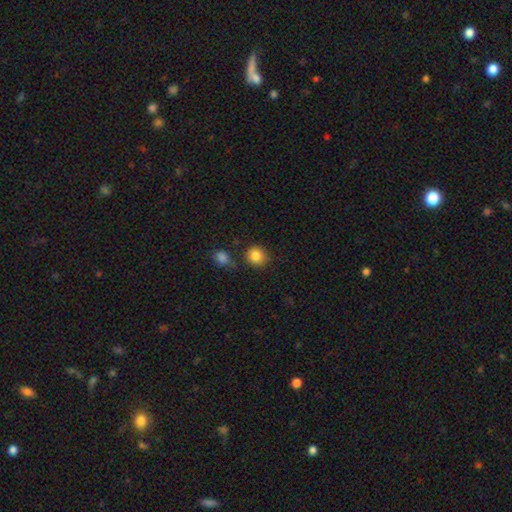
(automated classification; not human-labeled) A smooth galaxy with no disk features (84%) that is round (87%).

Vote fractions:
- Smooth or featured? smooth: 84% / star or artifact: 10% / featured or disk: 5%
- How rounded? round: 87% / in between: 12% / cigar-shaped: 1%
- Merging? none: 79% / minor disturbance: 11% / merger: 7% / major disturbance: 3%